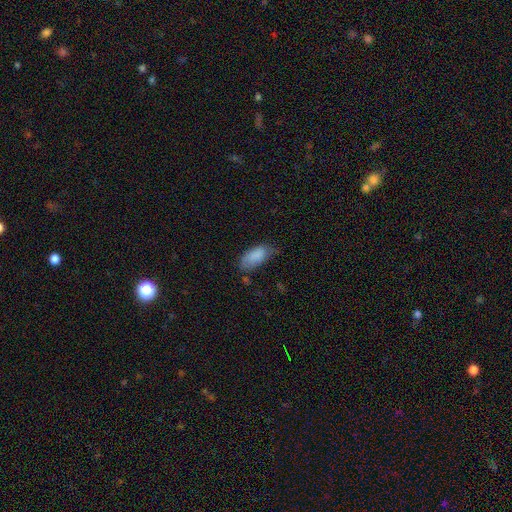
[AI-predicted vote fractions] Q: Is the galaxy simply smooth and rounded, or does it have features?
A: smooth — 84%.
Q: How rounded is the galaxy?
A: in between — 91%.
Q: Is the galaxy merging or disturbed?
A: none — 50%.